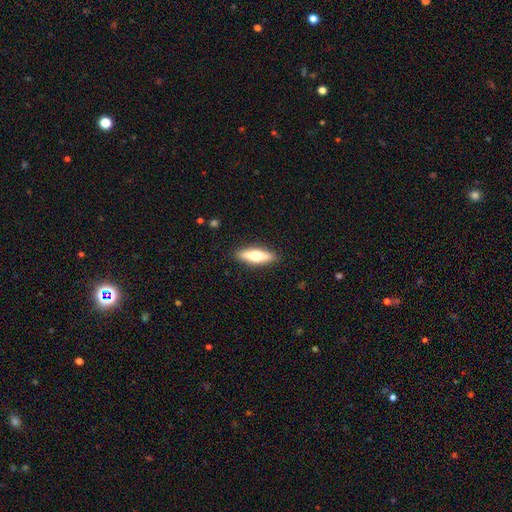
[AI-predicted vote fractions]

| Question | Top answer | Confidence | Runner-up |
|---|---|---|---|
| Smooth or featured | smooth | 59% | featured or disk (36%) |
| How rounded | cigar-shaped | 52% | in between (46%) |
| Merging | none | 89% | minor disturbance (8%) |